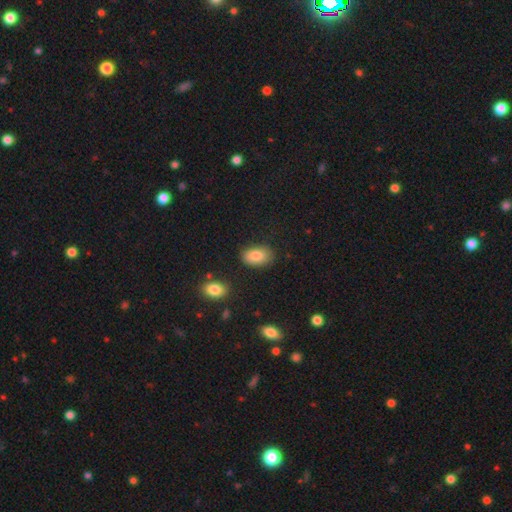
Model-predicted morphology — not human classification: Overall: smooth (85%). How rounded: in between (91%). Merging: none (81%).